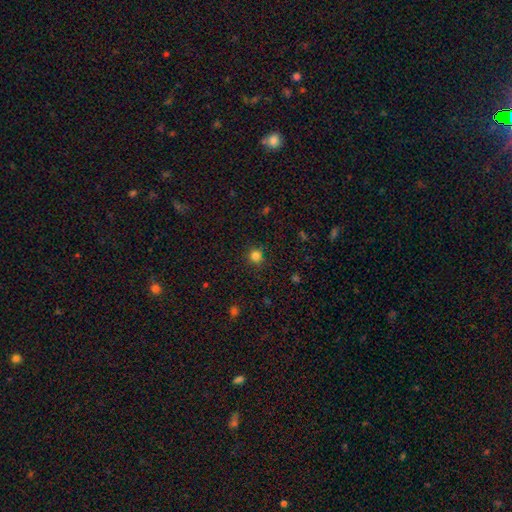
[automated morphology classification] smooth 82%, star or artifact 14%, featured or disk 4%. Down the decision tree: how rounded — round (91%); merging — none (87%).